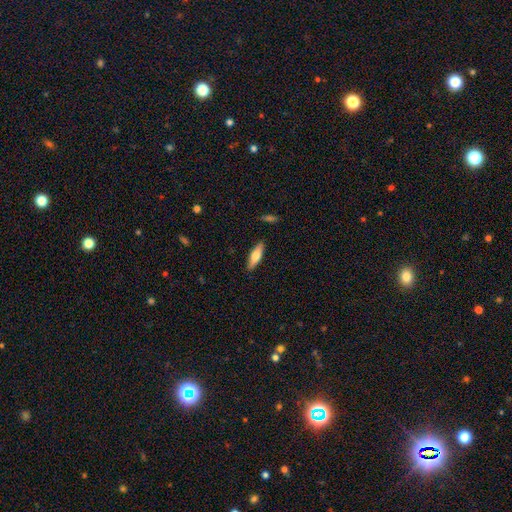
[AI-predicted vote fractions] This appears to be a smooth galaxy with no disk features (65%) that is cigar-shaped (53%). Merging: none (87%).